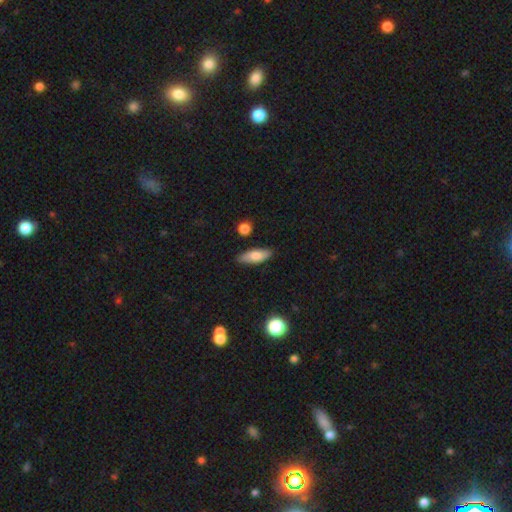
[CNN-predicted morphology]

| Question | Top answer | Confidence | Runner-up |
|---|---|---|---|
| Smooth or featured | smooth | 75% | featured or disk (18%) |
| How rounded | in between | 66% | cigar-shaped (31%) |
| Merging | none | 83% | minor disturbance (12%) |